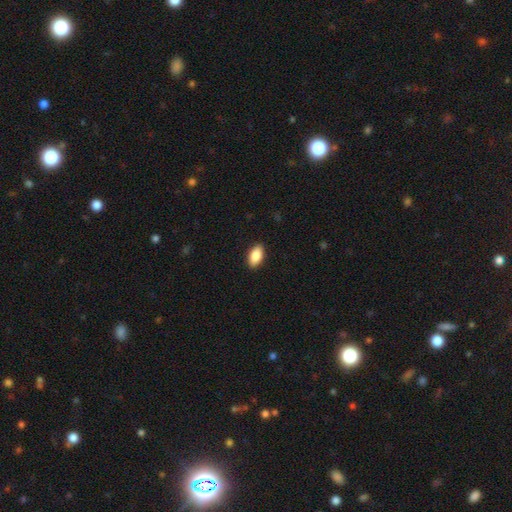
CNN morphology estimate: A smooth galaxy with no disk features (86%) that is in between round and cigar-shaped (92%). Merging: none (90%).